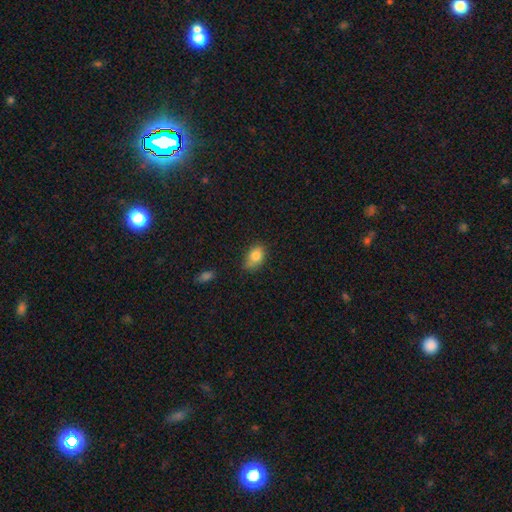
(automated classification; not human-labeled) Smooth or featured? Predicted: smooth (p=0.82). How rounded? Predicted: in between (p=0.76). Merging? Predicted: none (p=0.52).